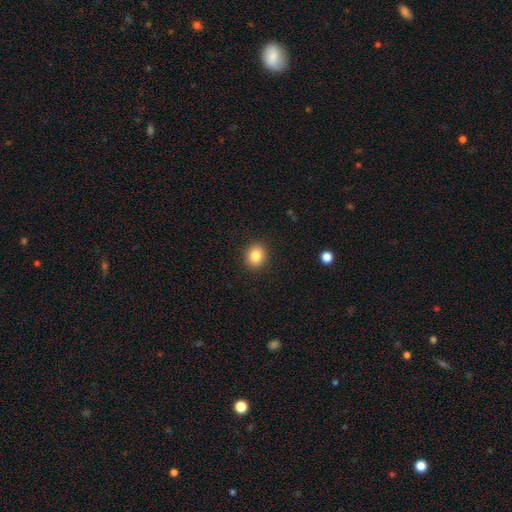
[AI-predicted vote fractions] A smooth galaxy with no disk features (85%) that is round (67%). Merging: none (91%).